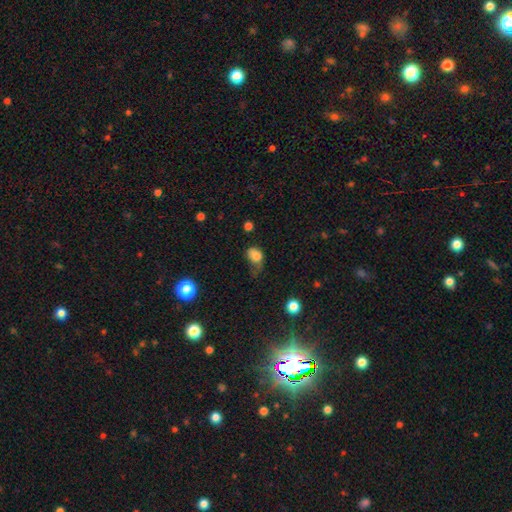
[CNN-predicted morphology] smooth_or_featured: smooth (p=0.78) [alt: featured or disk p=0.11]
how_rounded: in between (p=0.64) [alt: round p=0.35]
merging: major disturbance (p=0.38) [alt: minor disturbance p=0.34]